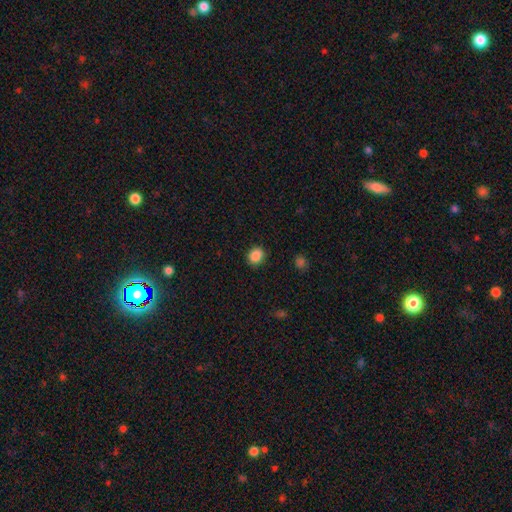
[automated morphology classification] smooth 88%, star or artifact 9%, featured or disk 3%. Down the decision tree: how rounded — round (62%); merging — none (88%).